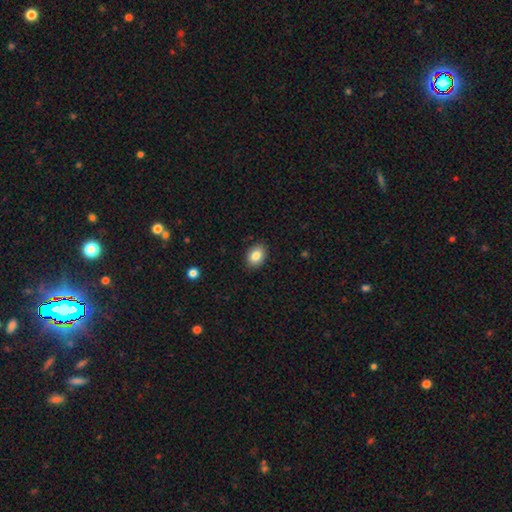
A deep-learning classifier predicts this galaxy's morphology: Smooth or featured: smooth — 84% (star or artifact — 8%)
How rounded: in between — 71% (round — 28%)
Merging: none — 89% (minor disturbance — 8%)